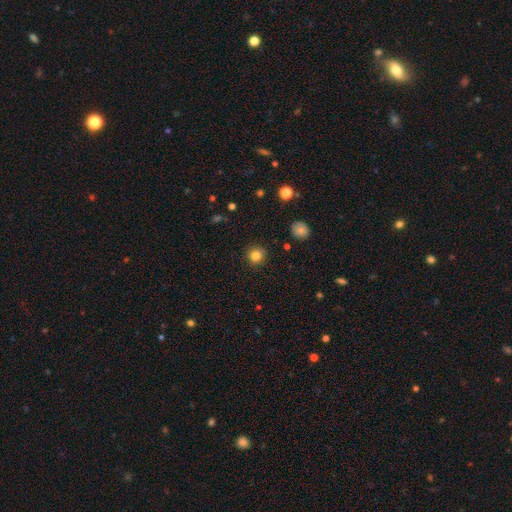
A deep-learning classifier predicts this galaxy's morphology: This is clearly a smooth galaxy (82%). How rounded: clearly round (93%). Merging: clearly none (89%).